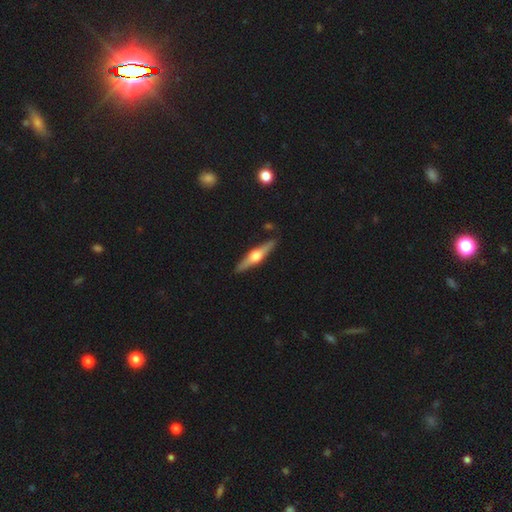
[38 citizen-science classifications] smooth_or_featured: featured or disk (p=0.63) [alt: smooth p=0.32]
disk_edge_on: yes (p=0.92) [alt: no p=0.08]
edge_on_bulge: rounded (p=1.00)
merging: none (p=0.89) [alt: minor disturbance p=0.08]